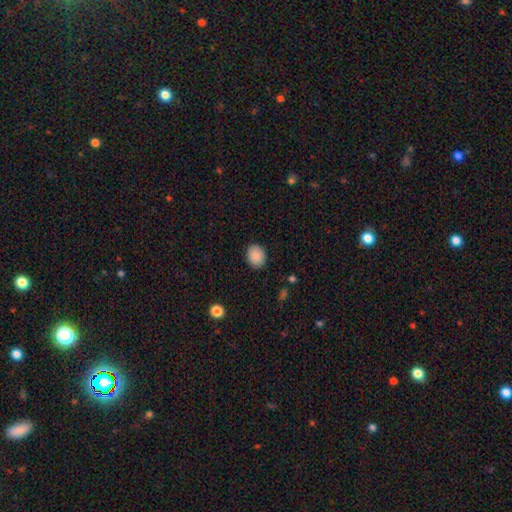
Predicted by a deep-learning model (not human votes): A smooth galaxy with no disk features (89%) that is round (55%).

Vote fractions:
- Smooth or featured? smooth: 89% / star or artifact: 8% / featured or disk: 4%
- How rounded? round: 55% / in between: 45% / cigar-shaped: 1%
- Merging? none: 89% / minor disturbance: 8% / major disturbance: 2% / merger: 1%